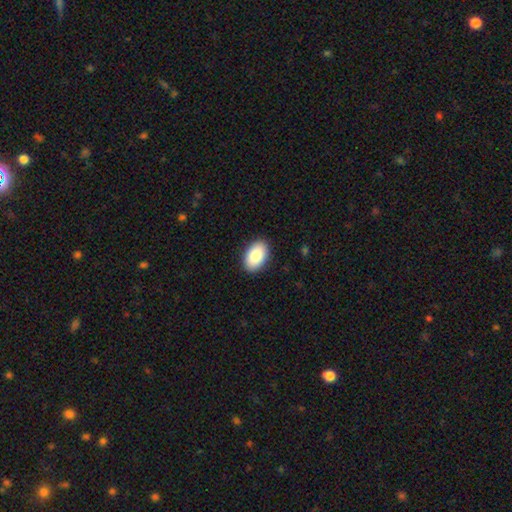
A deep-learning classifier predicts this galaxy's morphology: A smooth galaxy with no disk features (89%) that is in between round and cigar-shaped (93%).

Vote fractions:
- Smooth or featured? smooth: 89% / star or artifact: 6% / featured or disk: 5%
- How rounded? in between: 93% / round: 5% / cigar-shaped: 1%
- Merging? none: 90% / minor disturbance: 7% / major disturbance: 2% / merger: 1%